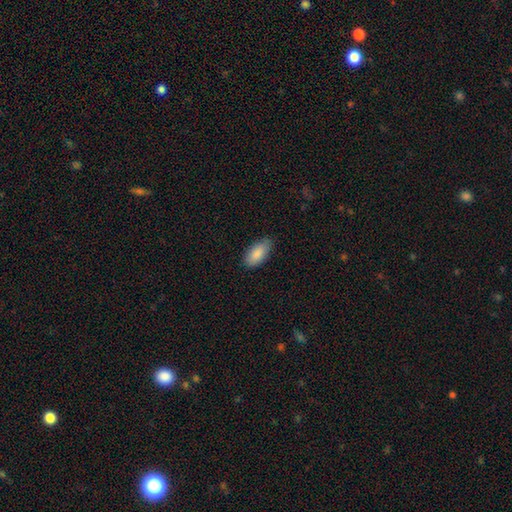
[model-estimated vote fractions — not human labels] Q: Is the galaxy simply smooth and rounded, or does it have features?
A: smooth — 87%.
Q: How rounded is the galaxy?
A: in between — 92%.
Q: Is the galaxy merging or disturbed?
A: none — 83%.